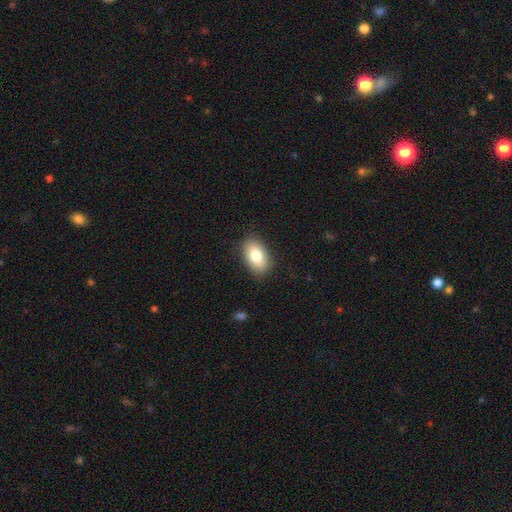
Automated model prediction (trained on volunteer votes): Smooth or featured?
  - smooth: 81% *
  - featured or disk: 12%
  - star or artifact: 7%
How rounded?
  - in between: 90% *
  - round: 8%
  - cigar-shaped: 2%
Merging?
  - none: 86% *
  - minor disturbance: 10%
  - major disturbance: 2%
  - merger: 1%